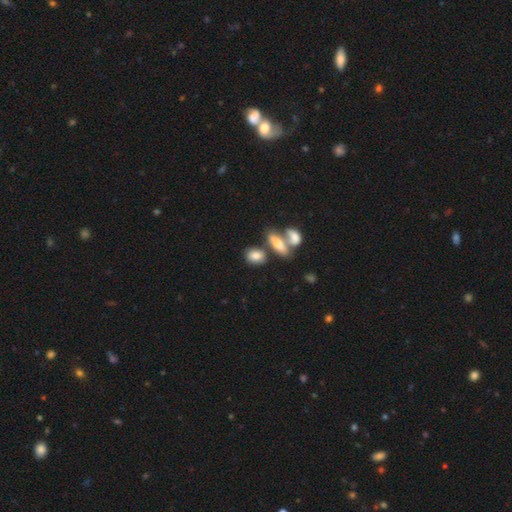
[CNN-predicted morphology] Smooth or featured: smooth — 78% (featured or disk — 14%)
How rounded: in between — 75% (round — 21%)
Merging: none — 56% (merger — 27%)